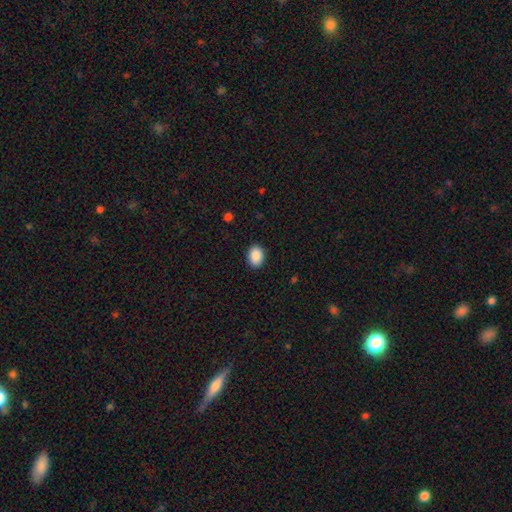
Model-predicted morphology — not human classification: smooth 90%, star or artifact 7%, featured or disk 3%. Down the decision tree: how rounded — in between (73%); merging — none (90%).